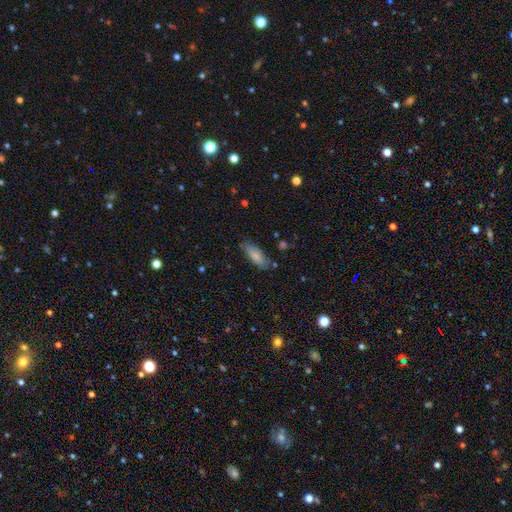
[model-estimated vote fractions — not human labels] A smooth galaxy with no disk features (80%) that is in between round and cigar-shaped (70%).

Vote fractions:
- Smooth or featured? smooth: 80% / featured or disk: 13% / star or artifact: 7%
- How rounded? in between: 70% / cigar-shaped: 28% / round: 2%
- Merging? none: 78% / minor disturbance: 16% / major disturbance: 3% / merger: 3%